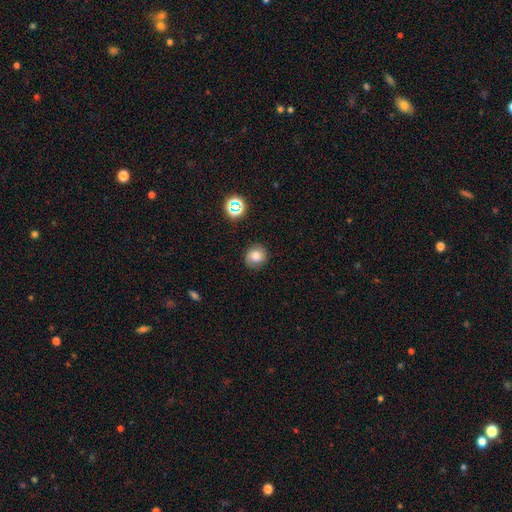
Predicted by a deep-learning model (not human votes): smooth-or-featured: smooth: 68% | featured or disk: 18% | star or artifact: 15%
  how-rounded: round: 84% | in between: 15% | cigar-shaped: 1%
  merging: none: 83% | minor disturbance: 12% | major disturbance: 3% | merger: 1%